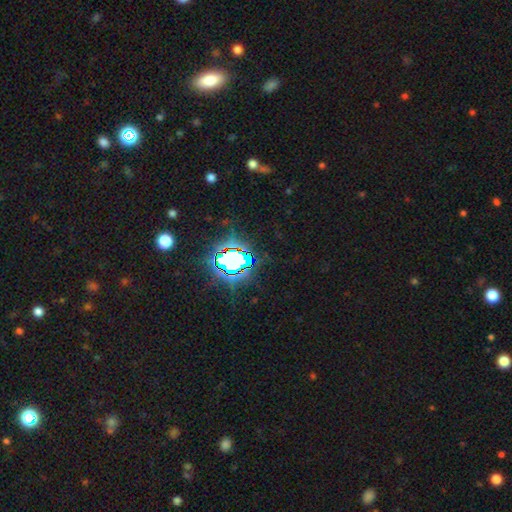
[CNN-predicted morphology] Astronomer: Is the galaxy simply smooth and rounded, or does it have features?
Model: star or artifact — 81%.